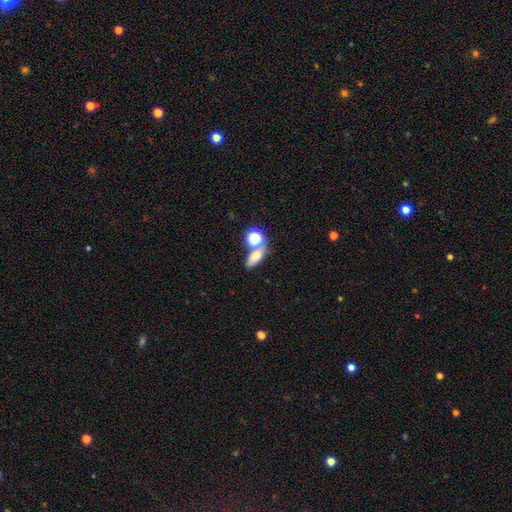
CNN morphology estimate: Smooth or featured: smooth — 70% (star or artifact — 16%)
How rounded: in between — 69% (round — 20%)
Merging: none — 51% (merger — 32%)